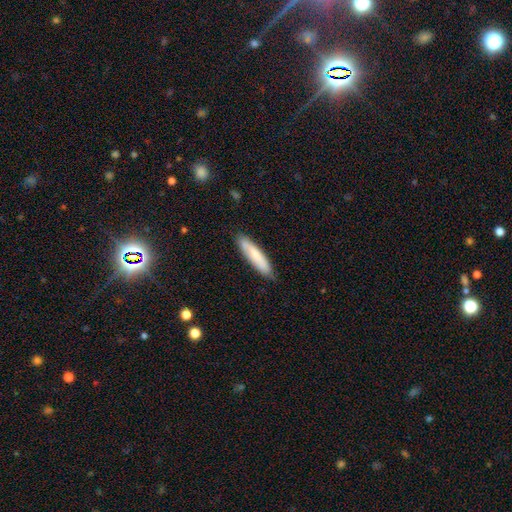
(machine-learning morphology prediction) Smooth or featured?
  - smooth: 71% *
  - featured or disk: 23%
  - star or artifact: 5%
How rounded?
  - cigar-shaped: 80% *
  - in between: 19%
  - round: 1%
Merging?
  - none: 84% *
  - minor disturbance: 13%
  - major disturbance: 2%
  - merger: 1%